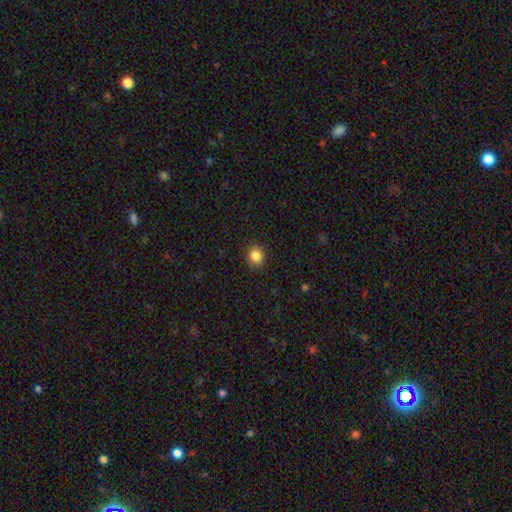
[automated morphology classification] Q: Smooth or featured?
A: smooth (85%); runner-up: star or artifact (10%)
Q: How rounded?
A: round (83%); runner-up: in between (16%)
Q: Merging?
A: none (90%); runner-up: minor disturbance (7%)